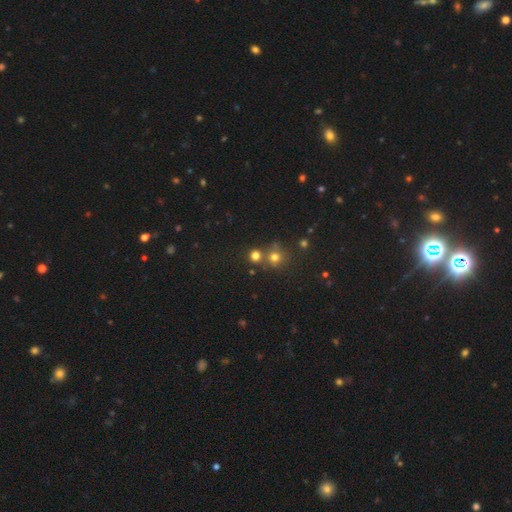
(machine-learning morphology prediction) Smooth or featured?
  - smooth: 72% *
  - star or artifact: 21%
  - featured or disk: 7%
How rounded?
  - round: 89% *
  - in between: 10%
  - cigar-shaped: 1%
Merging?
  - none: 66% *
  - merger: 23%
  - minor disturbance: 8%
  - major disturbance: 3%